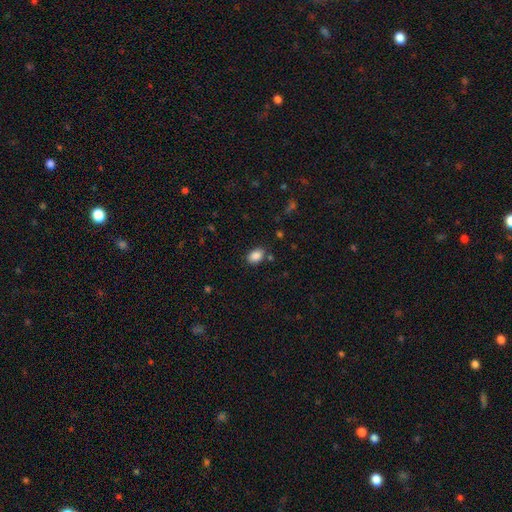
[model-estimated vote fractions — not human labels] This appears to be a smooth galaxy with no disk features (87%) that is in between round and cigar-shaped (80%). Merging: none (81%).